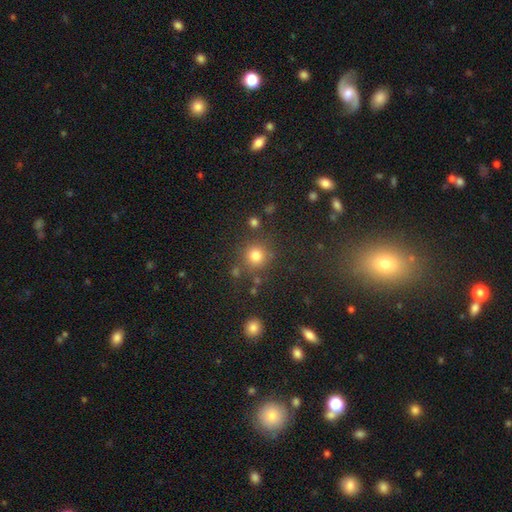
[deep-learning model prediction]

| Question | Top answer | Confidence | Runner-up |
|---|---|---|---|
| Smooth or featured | smooth | 79% | star or artifact (15%) |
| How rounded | round | 93% | in between (6%) |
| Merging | none | 79% | minor disturbance (9%) |